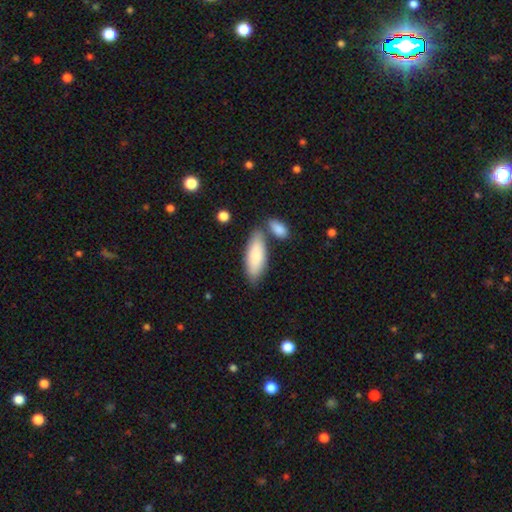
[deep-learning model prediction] smooth 84%, featured or disk 11%, star or artifact 5%. Down the decision tree: how rounded — in between (69%); merging — none (64%).